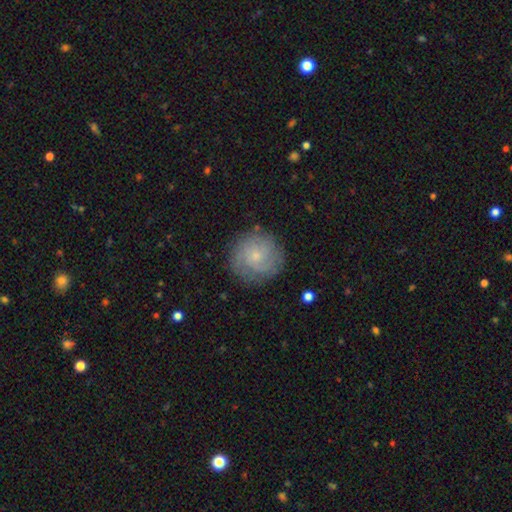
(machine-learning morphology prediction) Smooth or featured?
  - featured or disk: 53% *
  - smooth: 39%
  - star or artifact: 8%
Edge-on disk?
  - no: 98% *
  - yes: 2%
Bar?
  - no: 79% *
  - weak: 19%
  - strong: 2%
Spiral arms?
  - yes: 85% *
  - no: 15%
Bulge size?
  - small: 74% *
  - moderate: 20%
  - none: 4%
  - large: 1%
  - dominant: 1%
Merging?
  - none: 82% *
  - minor disturbance: 12%
  - major disturbance: 4%
  - merger: 1%